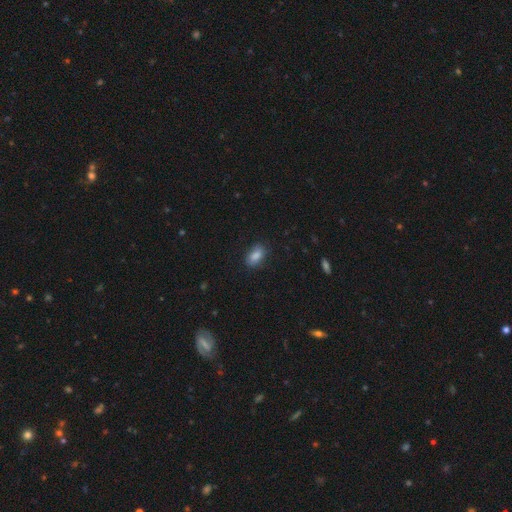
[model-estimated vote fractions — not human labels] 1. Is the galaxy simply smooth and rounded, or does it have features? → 86% smooth, 8% star or artifact, 6% featured or disk.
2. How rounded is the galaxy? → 89% in between, 7% round, 3% cigar-shaped.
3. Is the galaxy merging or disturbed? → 81% none, 14% minor disturbance, 3% major disturbance, 1% merger.